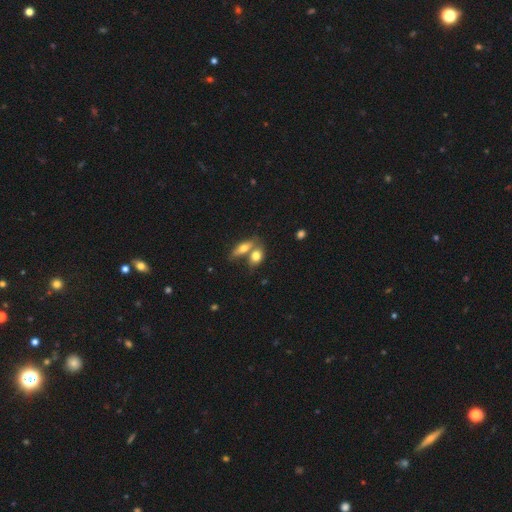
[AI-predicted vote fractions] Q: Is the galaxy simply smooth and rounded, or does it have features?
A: smooth — 72%.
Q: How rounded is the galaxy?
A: in between — 76%.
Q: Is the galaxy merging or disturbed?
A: merger — 52%.